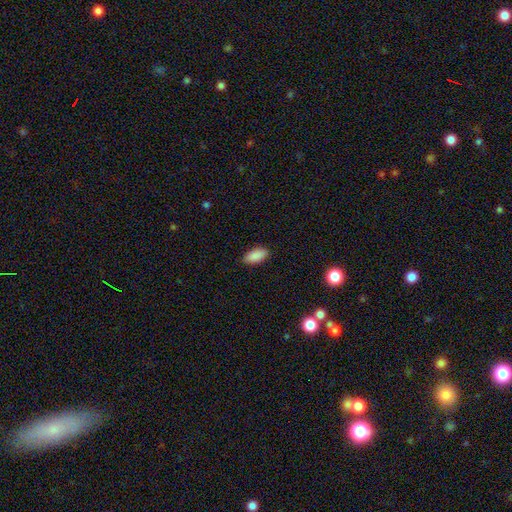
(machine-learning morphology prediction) type=smooth (90%); roundness=in between (90%); merging=none (88%).